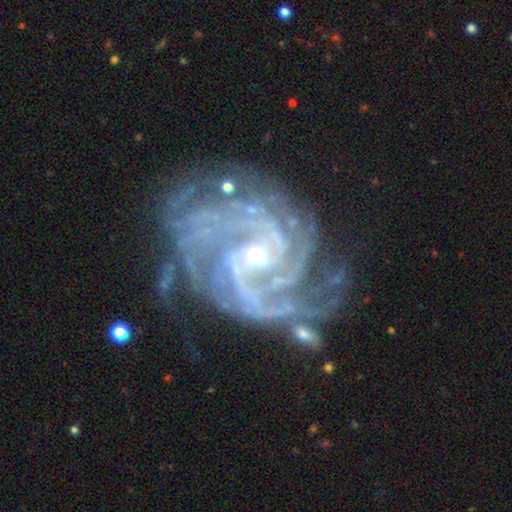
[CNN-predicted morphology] The model was most divided on "spiral arm count": 4: 25%, 3: 21%, 2: 15%, more than 4: 15%, can't tell: 15%, 1: 9%. Remaining: spiral arms — yes (99%); edge-on disk — no (98%); smooth or featured — featured or disk (93%); spiral winding — tight (72%); merging — none (67%); bulge size — small (63%); bar — no (46%).